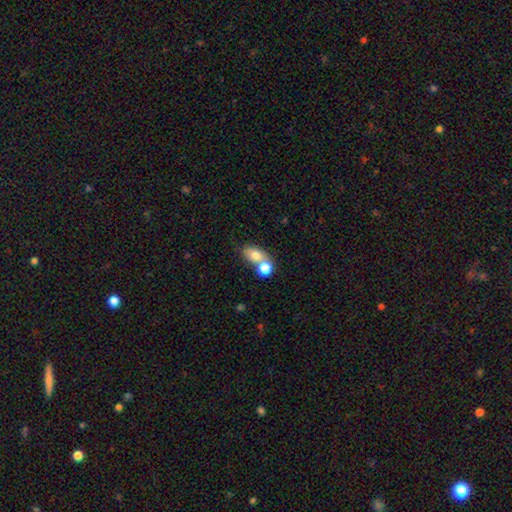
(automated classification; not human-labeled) This is likely a smooth galaxy (77%). How rounded: likely in between (73%). Merging: possibly merger (50%).